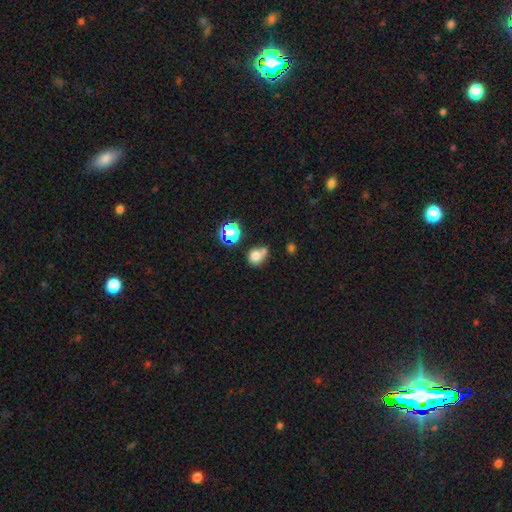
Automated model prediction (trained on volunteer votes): This appears to be a smooth galaxy with no disk features (74%) that is round (72%). Merging: none (44%).